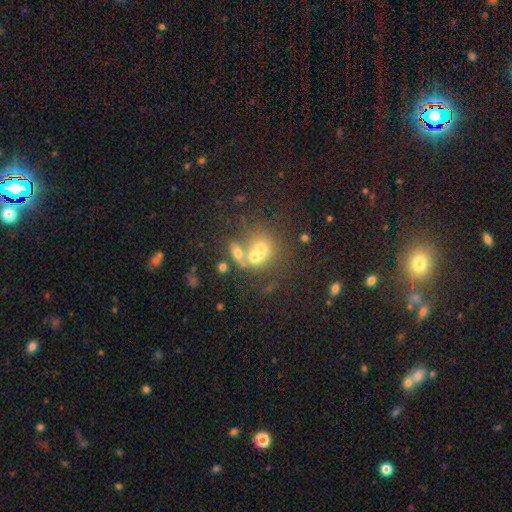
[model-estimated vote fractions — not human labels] Smooth or featured?
  - smooth: 52% *
  - featured or disk: 31%
  - star or artifact: 18%
How rounded?
  - round: 61% *
  - in between: 37%
  - cigar-shaped: 2%
Merging?
  - merger: 58% *
  - none: 27%
  - minor disturbance: 8%
  - major disturbance: 7%